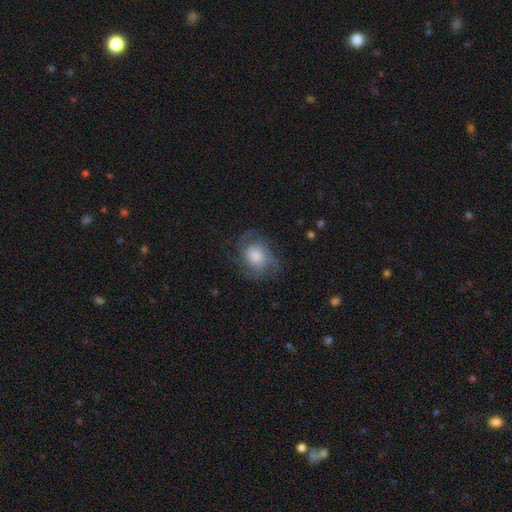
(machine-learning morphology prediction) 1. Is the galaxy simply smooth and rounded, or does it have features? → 71% featured or disk, 21% smooth, 8% star or artifact.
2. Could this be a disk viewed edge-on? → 97% no, 3% yes.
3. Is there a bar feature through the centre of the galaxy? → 75% no, 21% weak, 3% strong.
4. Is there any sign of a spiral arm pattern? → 93% yes, 7% no.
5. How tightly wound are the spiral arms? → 44% medium, 41% tight, 16% loose.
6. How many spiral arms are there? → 34% 3, 23% can't tell, 20% 2, 11% 4, 6% 1, 6% more than 4.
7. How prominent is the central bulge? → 43% moderate, 35% large, 14% small, 5% none, 4% dominant.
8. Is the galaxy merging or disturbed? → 70% none, 17% minor disturbance, 12% major disturbance, 1% merger.